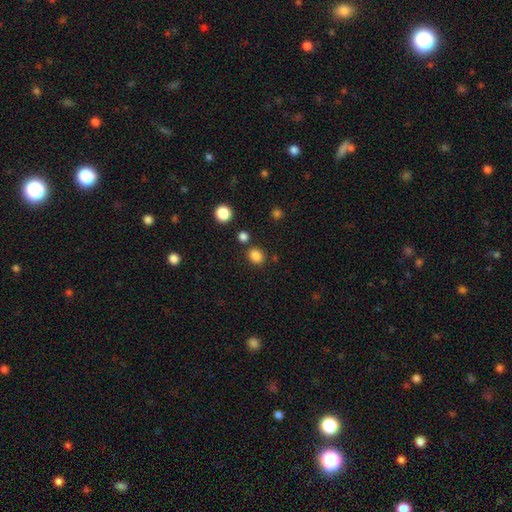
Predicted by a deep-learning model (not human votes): A smooth galaxy with no disk features (84%) that is round (68%). Merging: none (83%).